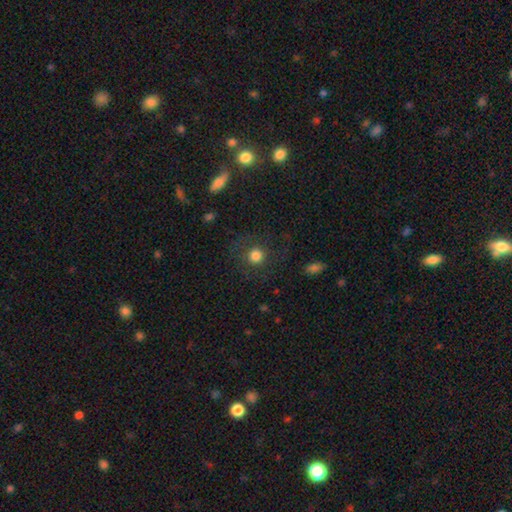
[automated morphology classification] Smooth or featured?
  - smooth: 77% *
  - star or artifact: 12%
  - featured or disk: 11%
How rounded?
  - round: 92% *
  - in between: 7%
  - cigar-shaped: 1%
Merging?
  - none: 77% *
  - minor disturbance: 11%
  - major disturbance: 10%
  - merger: 2%